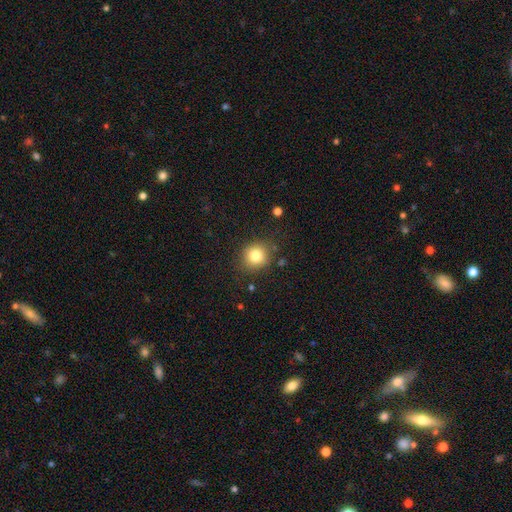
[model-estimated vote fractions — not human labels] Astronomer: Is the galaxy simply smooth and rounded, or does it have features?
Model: smooth — 81%.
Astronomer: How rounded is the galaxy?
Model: round — 87%.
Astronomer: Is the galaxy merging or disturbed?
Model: none — 85%.